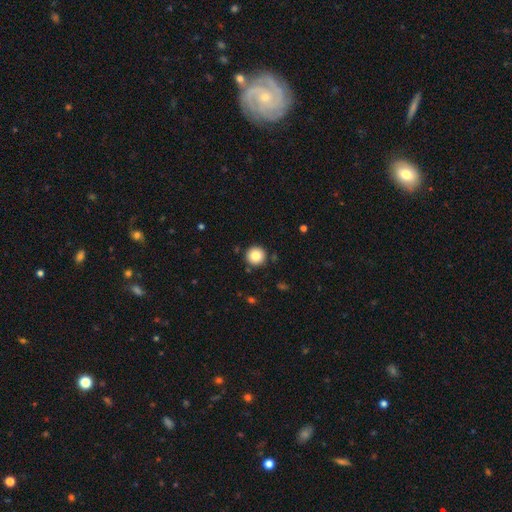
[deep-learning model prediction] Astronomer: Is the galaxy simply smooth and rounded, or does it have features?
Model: smooth — 83%.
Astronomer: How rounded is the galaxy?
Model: round — 96%.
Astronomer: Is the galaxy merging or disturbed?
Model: none — 90%.